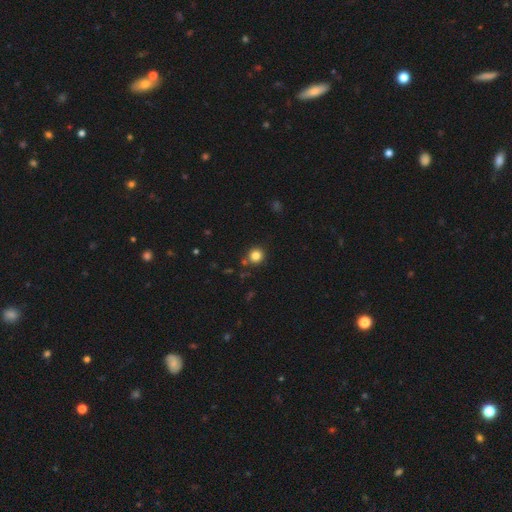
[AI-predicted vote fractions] smooth-or-featured: smooth: 83% | star or artifact: 12% | featured or disk: 5%
  how-rounded: round: 93% | in between: 6% | cigar-shaped: 1%
  merging: none: 84% | minor disturbance: 8% | merger: 5% | major disturbance: 2%